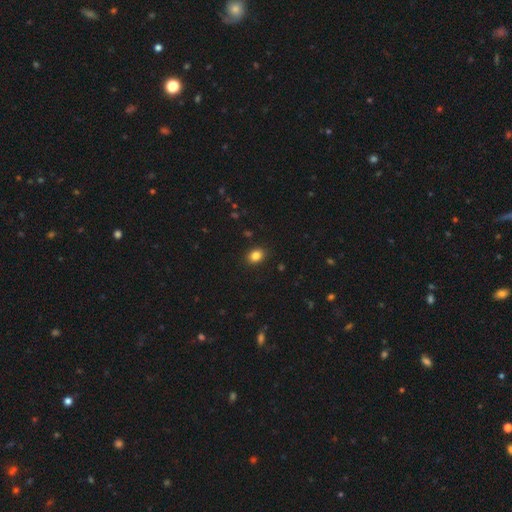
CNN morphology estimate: smooth_or_featured: smooth (p=0.85) [alt: star or artifact p=0.11]
how_rounded: in between (p=0.50) [alt: round p=0.49]
merging: none (p=0.90) [alt: minor disturbance p=0.07]